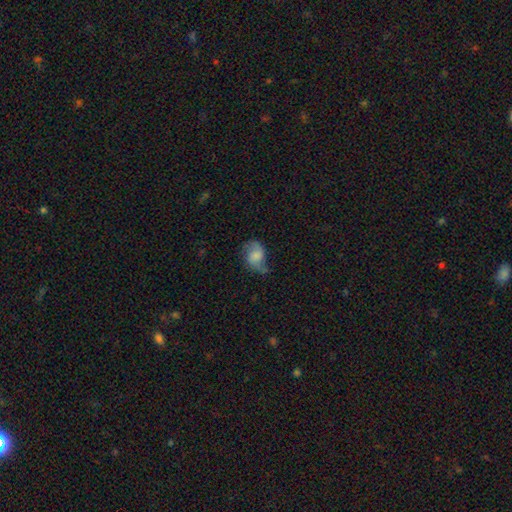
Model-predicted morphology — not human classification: smooth-or-featured: featured or disk: 48% | smooth: 43% | star or artifact: 9%
  merging: none: 50% | minor disturbance: 30% | major disturbance: 18% | merger: 3%